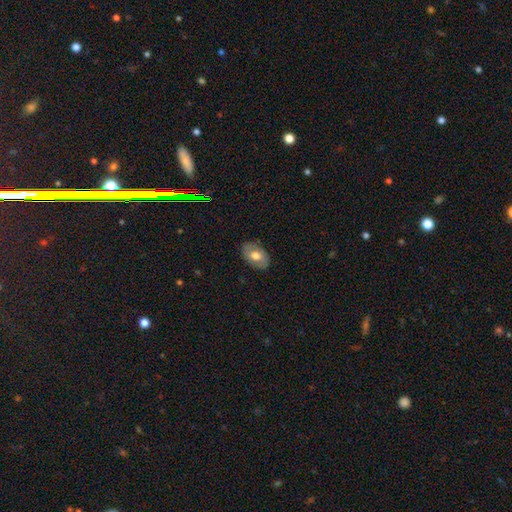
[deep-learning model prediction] Smooth or featured?
  - smooth: 62% *
  - featured or disk: 31%
  - star or artifact: 7%
How rounded?
  - in between: 87% *
  - round: 12%
  - cigar-shaped: 1%
Merging?
  - none: 83% *
  - minor disturbance: 13%
  - major disturbance: 3%
  - merger: 1%